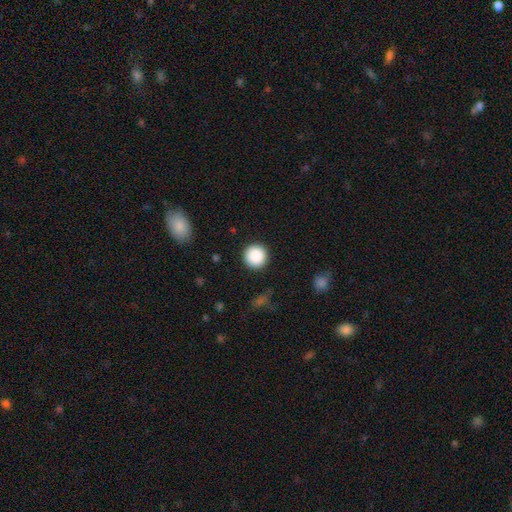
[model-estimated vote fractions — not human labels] smooth 88%, star or artifact 8%, featured or disk 4%. Down the decision tree: how rounded — round (96%); merging — none (91%).